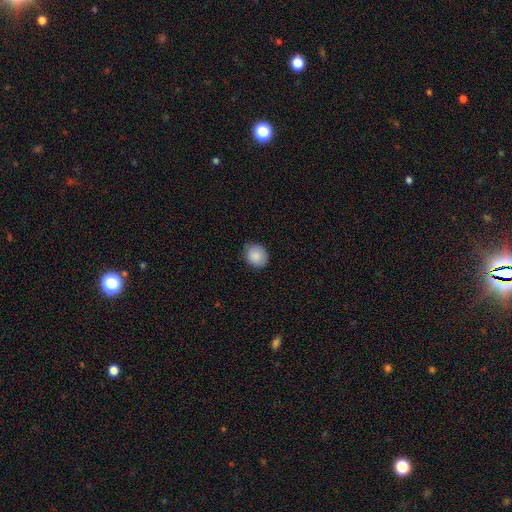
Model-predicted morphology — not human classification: Smooth or featured? Predicted: smooth (p=0.87). How rounded? Predicted: round (p=0.64). Merging? Predicted: none (p=0.78).